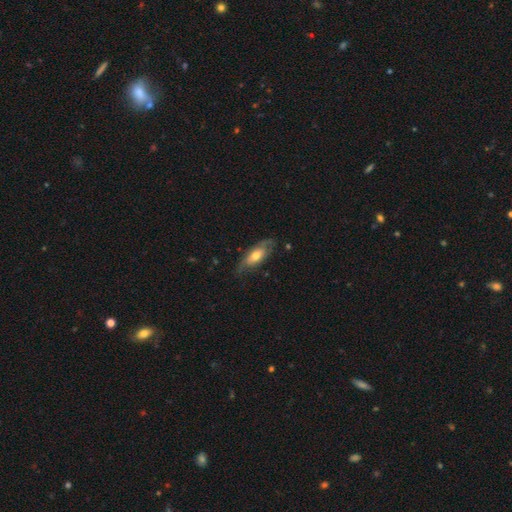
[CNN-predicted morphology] This is possibly a featured or disk galaxy (49%). Merging: likely none (66%).